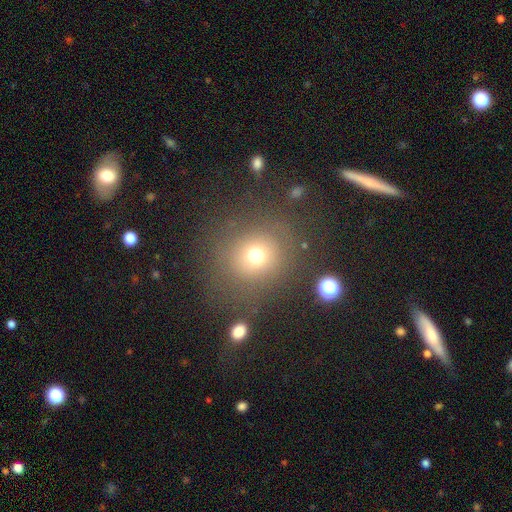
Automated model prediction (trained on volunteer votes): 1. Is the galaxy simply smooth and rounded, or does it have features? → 72% smooth, 18% star or artifact, 11% featured or disk.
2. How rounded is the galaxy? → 84% round, 15% in between, 1% cigar-shaped.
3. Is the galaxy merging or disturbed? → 78% none, 11% minor disturbance, 7% major disturbance, 4% merger.